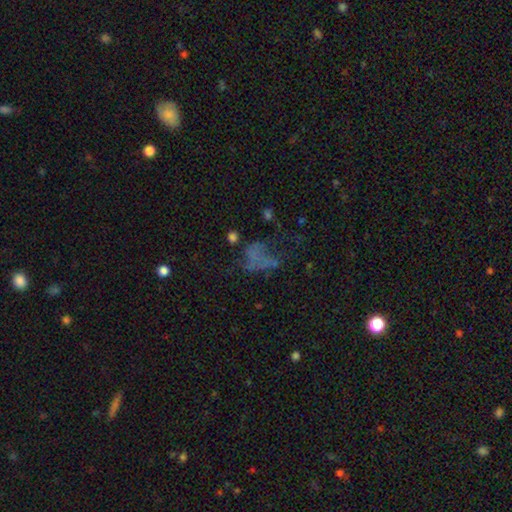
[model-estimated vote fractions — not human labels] A smooth galaxy with no disk features (37%). Merging: major disturbance (43%).